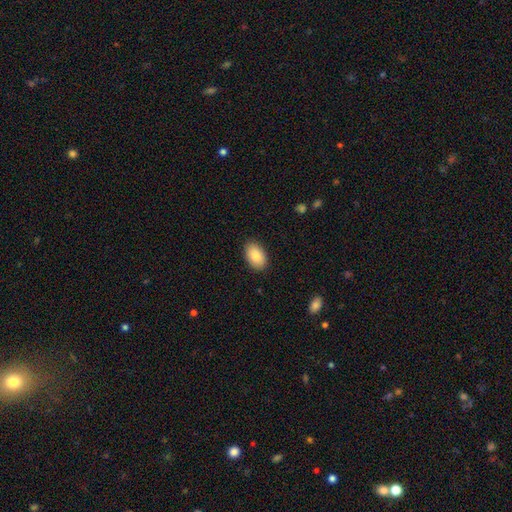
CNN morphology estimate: This is clearly a smooth galaxy (86%). How rounded: clearly in between (92%). Merging: clearly none (88%).